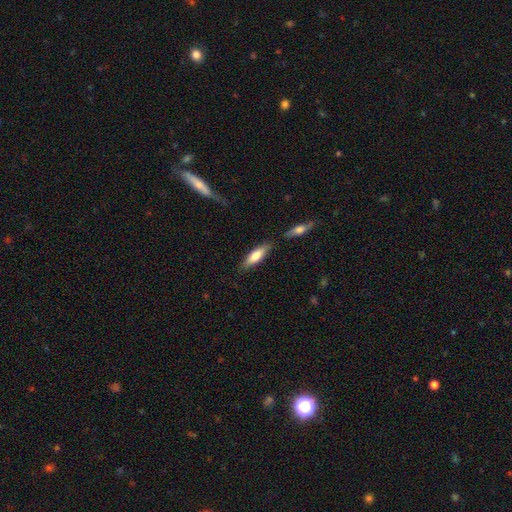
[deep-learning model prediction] This is likely a smooth galaxy (72%). How rounded: possibly cigar-shaped (49%, tied with in between). Merging: likely none (75%).